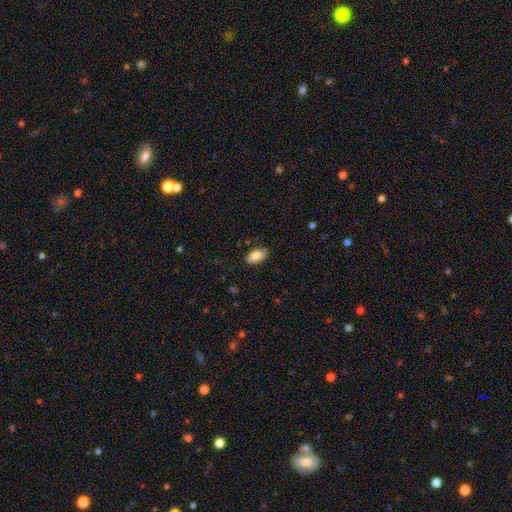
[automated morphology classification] Smooth or featured? smooth (86%)
How rounded? in between (94%)
Merging? none (85%)